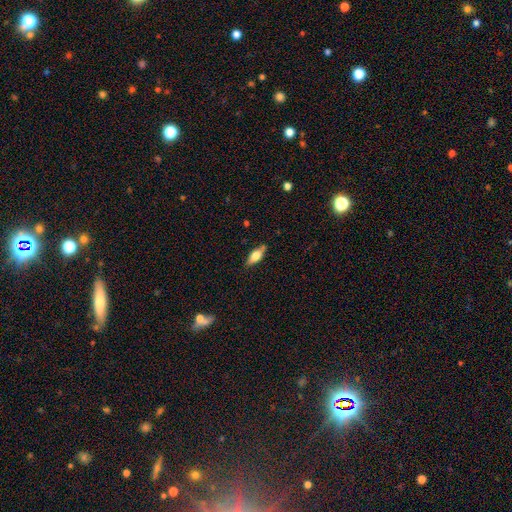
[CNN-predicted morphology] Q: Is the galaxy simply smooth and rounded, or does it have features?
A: smooth — 62%.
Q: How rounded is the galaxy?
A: in between — 73%.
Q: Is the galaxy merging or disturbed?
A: none — 82%.